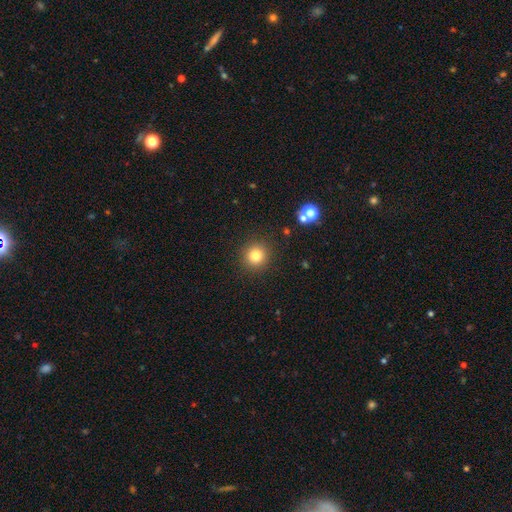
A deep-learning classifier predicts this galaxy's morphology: type=smooth (80%); roundness=round (93%); merging=none (90%).